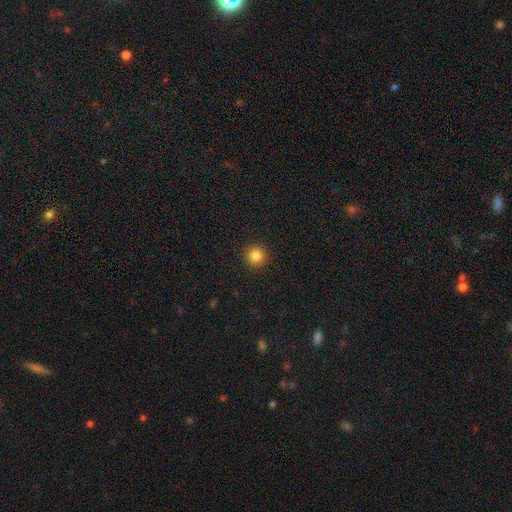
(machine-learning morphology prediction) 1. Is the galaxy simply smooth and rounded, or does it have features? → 84% smooth, 11% star or artifact, 5% featured or disk.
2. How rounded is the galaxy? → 96% round, 3% in between, 1% cigar-shaped.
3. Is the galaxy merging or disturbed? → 93% none, 4% minor disturbance, 2% major disturbance, 1% merger.